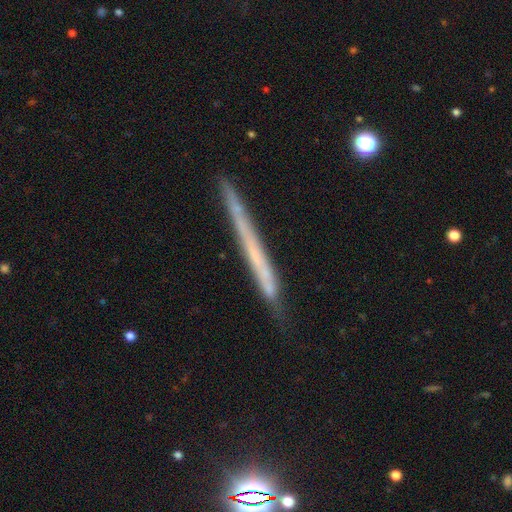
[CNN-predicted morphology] A featured or disk galaxy (54%) viewed edge-on (95%) with no central bulge (92%).

Vote fractions:
- Smooth or featured? featured or disk: 54% / smooth: 37% / star or artifact: 9%
- Edge-on disk? yes: 95% / no: 5%
- Edge-on bulge? none: 92% / rounded: 5% / boxy: 3%
- Merging? none: 81% / minor disturbance: 15% / major disturbance: 2% / merger: 2%